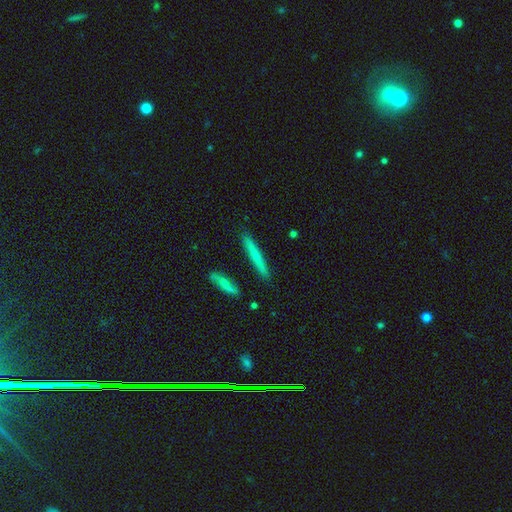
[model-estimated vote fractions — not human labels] Smooth or featured? smooth (60%)
How rounded? cigar-shaped (95%)
Merging? none (88%)